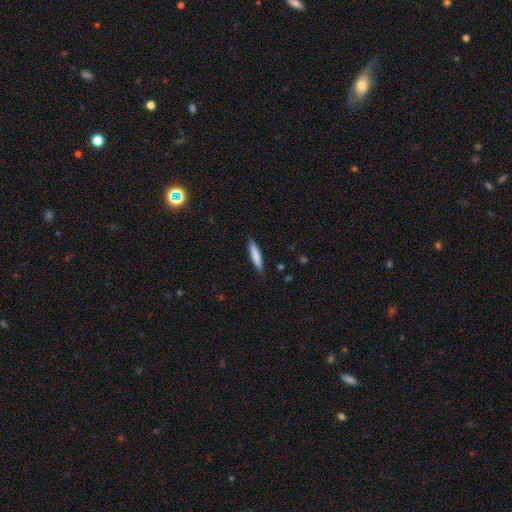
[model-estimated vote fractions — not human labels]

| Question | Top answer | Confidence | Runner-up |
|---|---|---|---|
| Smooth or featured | smooth | 80% | featured or disk (15%) |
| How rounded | cigar-shaped | 89% | in between (10%) |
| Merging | none | 88% | minor disturbance (9%) |